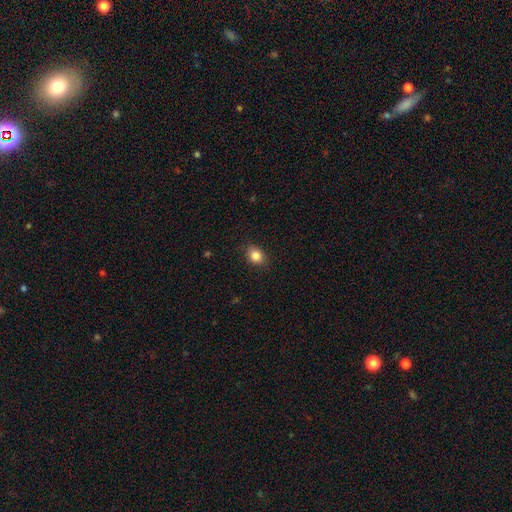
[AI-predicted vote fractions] Smooth or featured? Predicted: smooth (p=0.85). How rounded? Predicted: in between (p=0.62). Merging? Predicted: none (p=0.87).